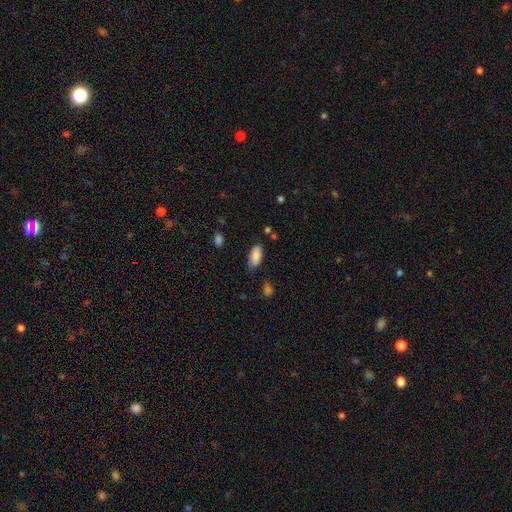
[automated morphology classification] smooth-or-featured: smooth: 86% | featured or disk: 7% | star or artifact: 7%
  how-rounded: in between: 91% | cigar-shaped: 7% | round: 2%
  merging: none: 69% | minor disturbance: 24% | major disturbance: 5% | merger: 2%